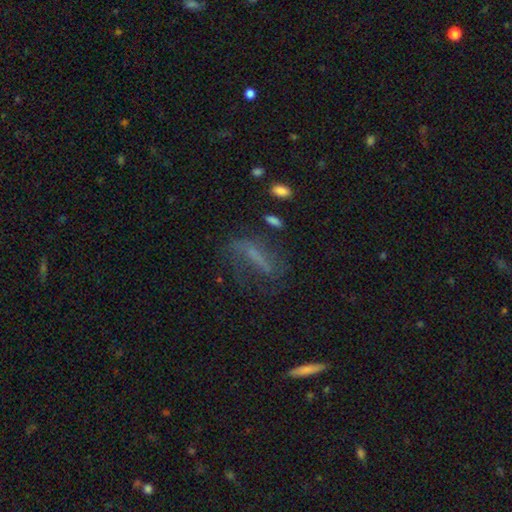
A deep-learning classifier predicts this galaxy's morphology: Overall: featured or disk (42%; smooth 40%). Merging: none (51%; major disturbance 24%).